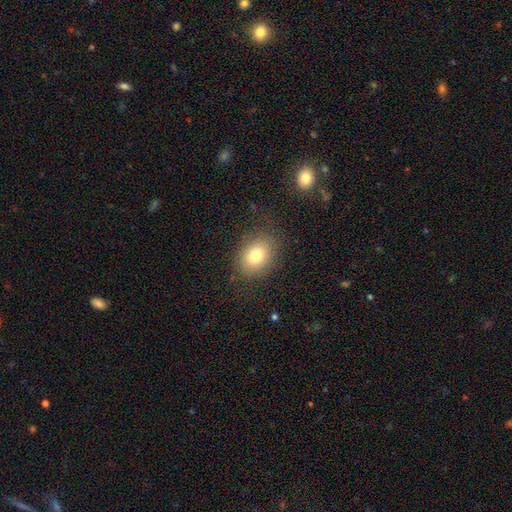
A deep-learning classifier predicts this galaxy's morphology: This appears to be a smooth galaxy with no disk features (78%) that is in between round and cigar-shaped (60%). Merging: none (81%).